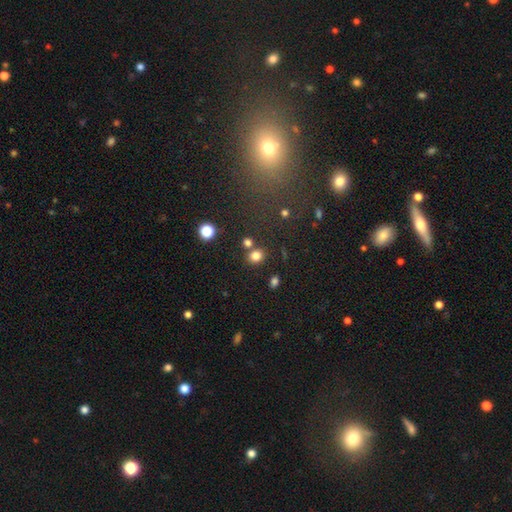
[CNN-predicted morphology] Smooth or featured? Predicted: smooth (p=0.80). How rounded? Predicted: round (p=0.74). Merging? Predicted: none (p=0.76).